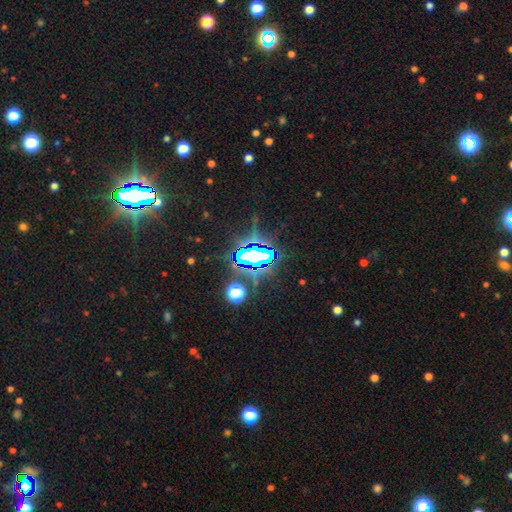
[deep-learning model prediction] star or artifact 73%, smooth 15%, featured or disk 12%.